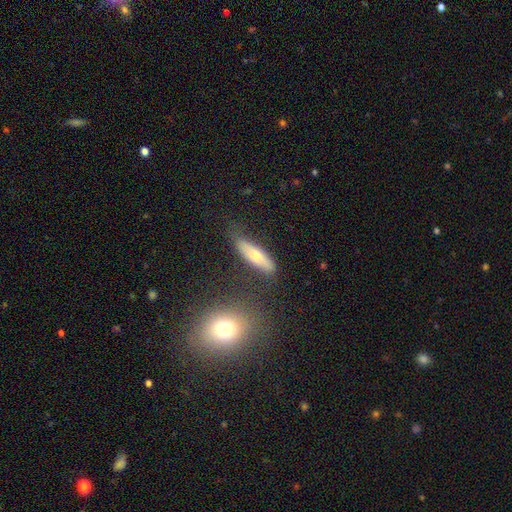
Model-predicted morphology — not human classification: This appears to be a smooth galaxy with no disk features (62%) that is cigar-shaped (61%). Merging: none (74%).